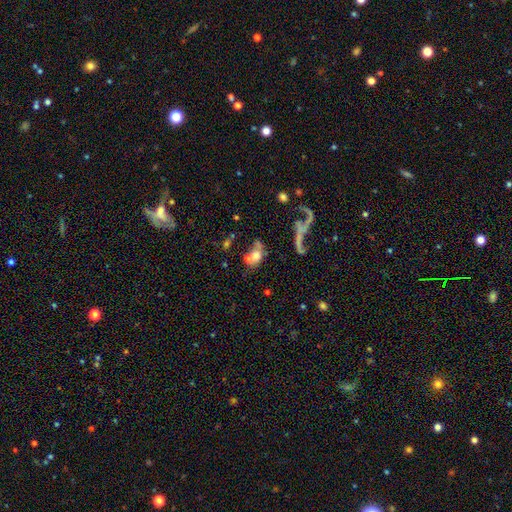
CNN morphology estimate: smooth-or-featured: smooth: 55% | featured or disk: 31% | star or artifact: 14%
  how-rounded: in between: 58% | round: 37% | cigar-shaped: 5%
  merging: merger: 50% | none: 21% | major disturbance: 19% | minor disturbance: 10%